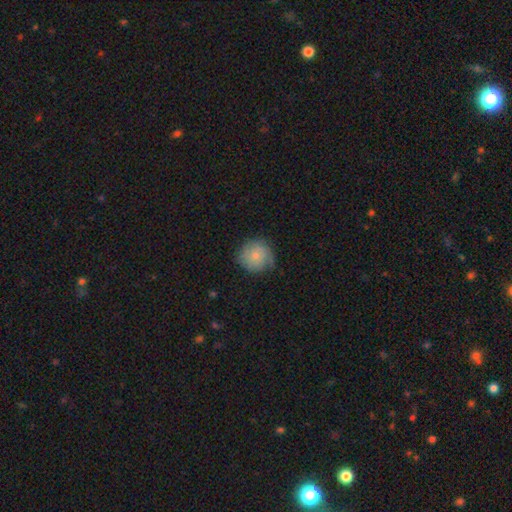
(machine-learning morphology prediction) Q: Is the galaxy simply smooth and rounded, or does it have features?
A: smooth — 69%.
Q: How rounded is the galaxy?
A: round — 91%.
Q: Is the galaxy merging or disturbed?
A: none — 69%.